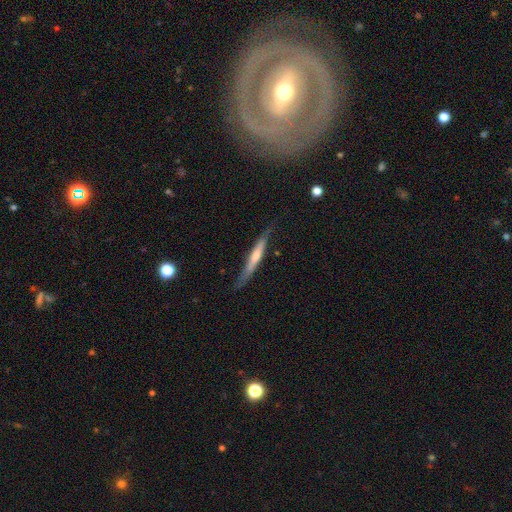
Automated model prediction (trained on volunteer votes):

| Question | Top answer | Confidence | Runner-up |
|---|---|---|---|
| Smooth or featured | featured or disk | 65% | smooth (28%) |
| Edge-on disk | yes | 92% | no (8%) |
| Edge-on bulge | rounded | 58% | none (30%) |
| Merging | none | 74% | minor disturbance (19%) |